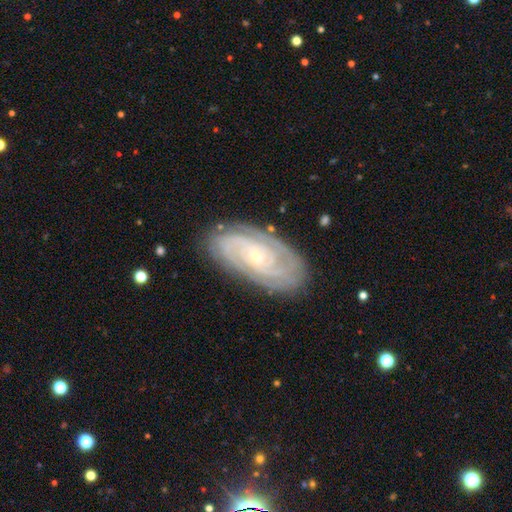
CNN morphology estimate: Smooth or featured?
  - featured or disk: 87% *
  - smooth: 8%
  - star or artifact: 5%
Edge-on disk?
  - no: 95% *
  - yes: 5%
Bar?
  - no: 70% *
  - weak: 23%
  - strong: 6%
Spiral arms?
  - yes: 97% *
  - no: 3%
Spiral winding?
  - tight: 76% *
  - medium: 20%
  - loose: 3%
Spiral arm count?
  - 2: 32% *
  - can't tell: 24%
  - 3: 21%
  - 4: 12%
  - more than 4: 6%
  - 1: 5%
Bulge size?
  - small: 78% *
  - moderate: 18%
  - none: 2%
  - large: 1%
  - dominant: 1%
Merging?
  - none: 81% *
  - minor disturbance: 14%
  - major disturbance: 3%
  - merger: 1%